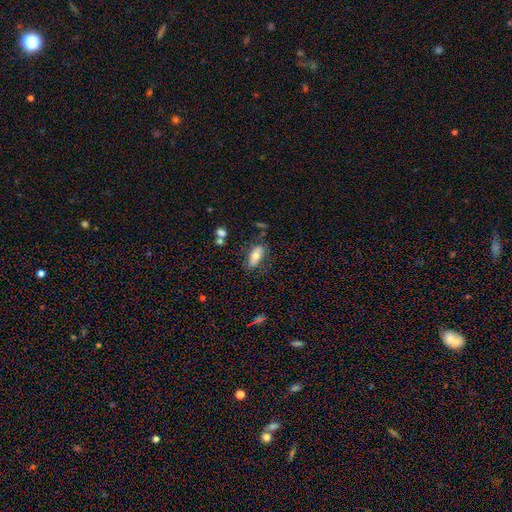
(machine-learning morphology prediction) Smooth or featured? smooth (68%)
How rounded? in between (82%)
Merging? none (71%)